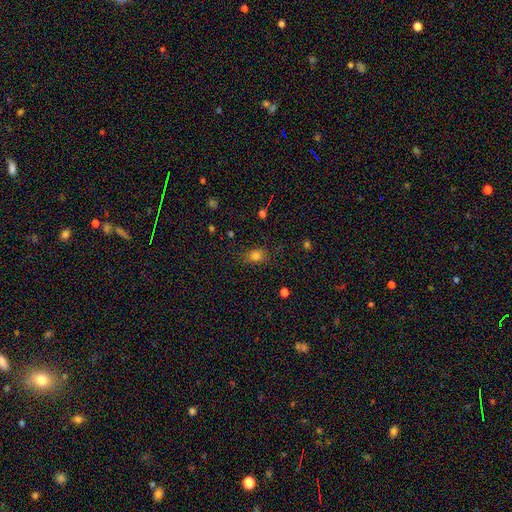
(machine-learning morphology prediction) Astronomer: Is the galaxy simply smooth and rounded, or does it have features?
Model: smooth — 79%.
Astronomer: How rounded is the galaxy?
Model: in between — 50% (runner-up: round, 48%).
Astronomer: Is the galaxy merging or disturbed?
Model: none — 78%.